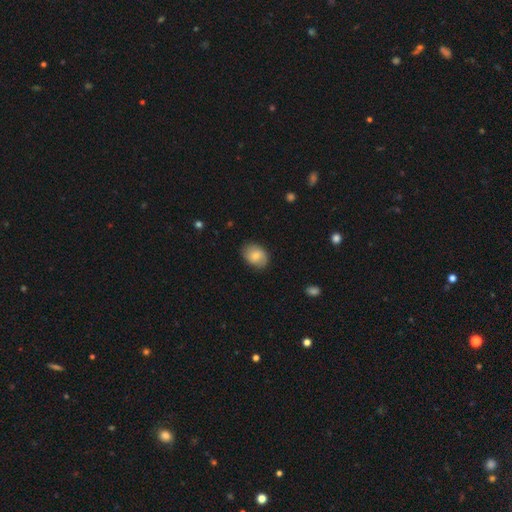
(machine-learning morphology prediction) Smooth or featured: smooth — 75% (featured or disk — 18%)
How rounded: in between — 69% (round — 30%)
Merging: none — 79% (minor disturbance — 16%)